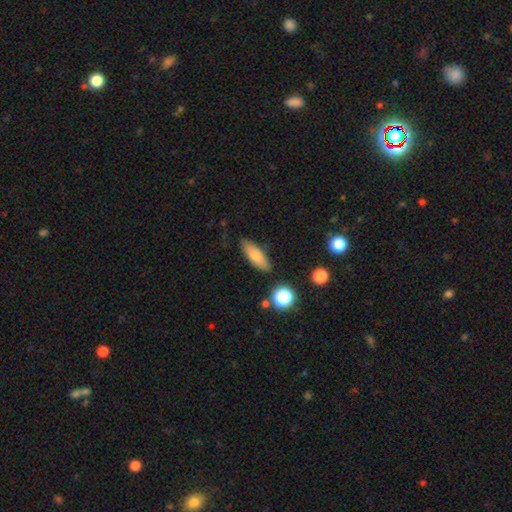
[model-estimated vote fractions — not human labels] Smooth or featured? smooth (75%)
How rounded? in between (63%)
Merging? none (83%)